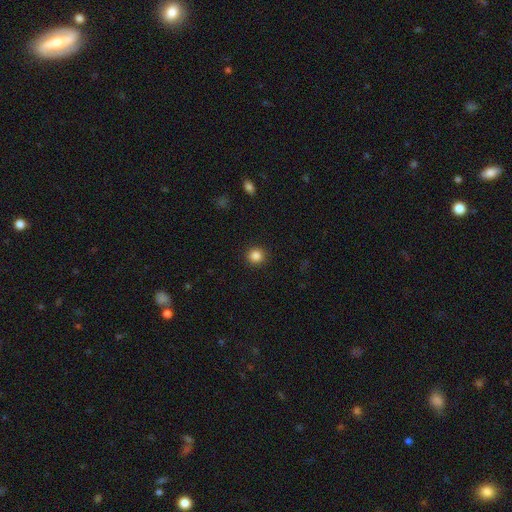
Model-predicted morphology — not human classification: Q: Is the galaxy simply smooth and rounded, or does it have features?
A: smooth — 85%.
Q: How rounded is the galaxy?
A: round — 94%.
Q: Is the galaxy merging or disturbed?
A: none — 92%.